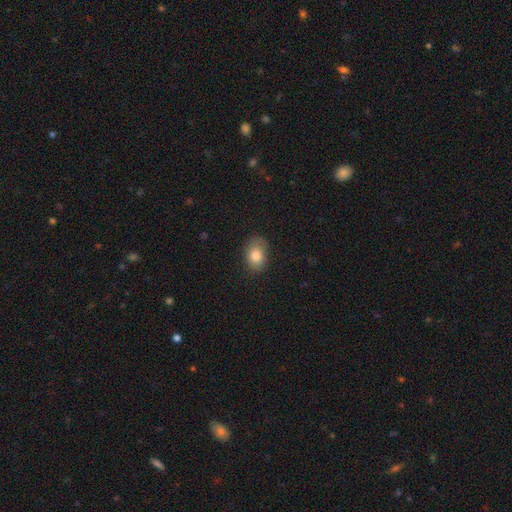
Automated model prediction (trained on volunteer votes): A smooth galaxy with no disk features (82%) that is in between round and cigar-shaped (79%).

Vote fractions:
- Smooth or featured? smooth: 82% / featured or disk: 9% / star or artifact: 8%
- How rounded? in between: 79% / round: 19% / cigar-shaped: 1%
- Merging? none: 79% / minor disturbance: 16% / major disturbance: 4% / merger: 1%